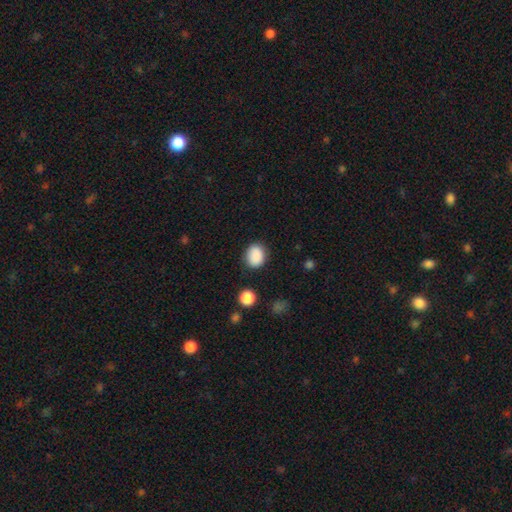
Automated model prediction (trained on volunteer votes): smooth_or_featured: smooth (p=0.88) [alt: star or artifact p=0.09]
how_rounded: in between (p=0.50) [alt: round p=0.49]
merging: none (p=0.82) [alt: minor disturbance p=0.12]